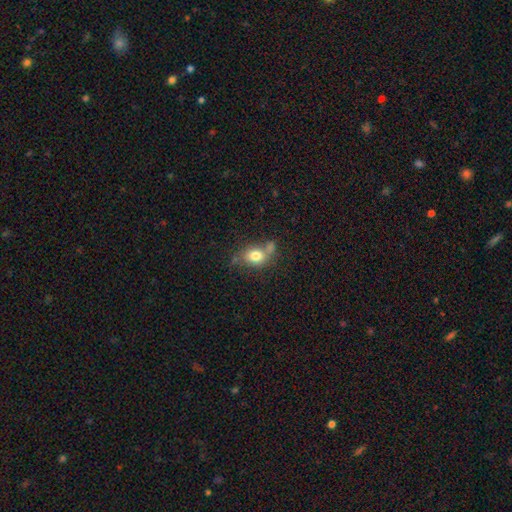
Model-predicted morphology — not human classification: The model was most divided on "merging": none: 49%, merger: 24%, minor disturbance: 19%, major disturbance: 7%. More confident: smooth or featured — smooth (76%); how rounded — in between (63%).